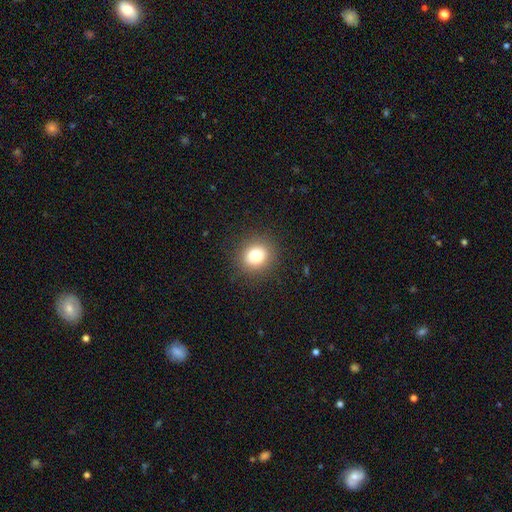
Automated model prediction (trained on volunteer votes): smooth-or-featured: smooth: 80% | star or artifact: 12% | featured or disk: 8%
  how-rounded: round: 82% | in between: 17% | cigar-shaped: 1%
  merging: none: 90% | minor disturbance: 6% | major disturbance: 3% | merger: 1%